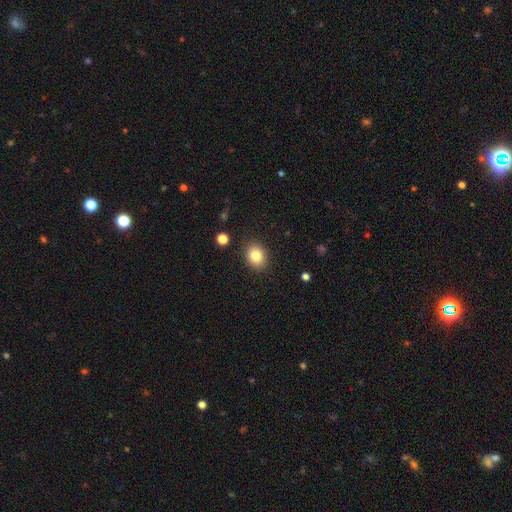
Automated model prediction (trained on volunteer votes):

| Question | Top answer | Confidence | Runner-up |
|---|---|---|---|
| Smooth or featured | smooth | 83% | star or artifact (10%) |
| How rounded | in between | 50% | round (49%) |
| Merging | none | 87% | minor disturbance (9%) |